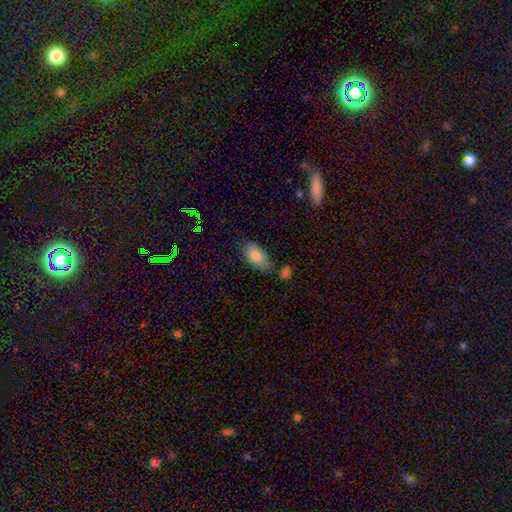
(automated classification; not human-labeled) Smooth or featured: smooth — 84% (featured or disk — 9%)
How rounded: in between — 92% (cigar-shaped — 5%)
Merging: none — 66% (minor disturbance — 22%)